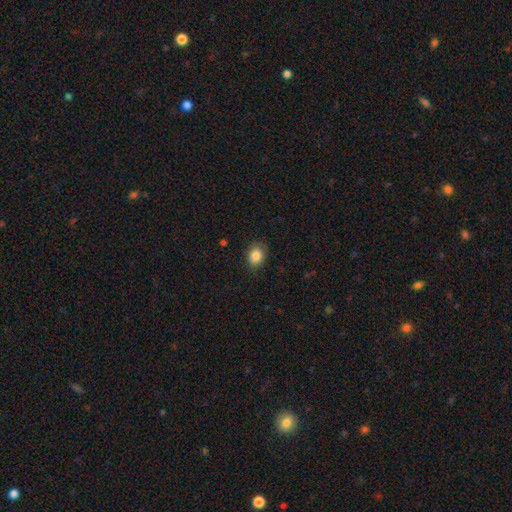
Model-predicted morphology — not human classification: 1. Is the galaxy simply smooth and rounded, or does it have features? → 86% smooth, 9% star or artifact, 5% featured or disk.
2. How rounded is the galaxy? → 58% in between, 41% round, 1% cigar-shaped.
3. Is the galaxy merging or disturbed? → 85% none, 11% minor disturbance, 3% major disturbance, 1% merger.